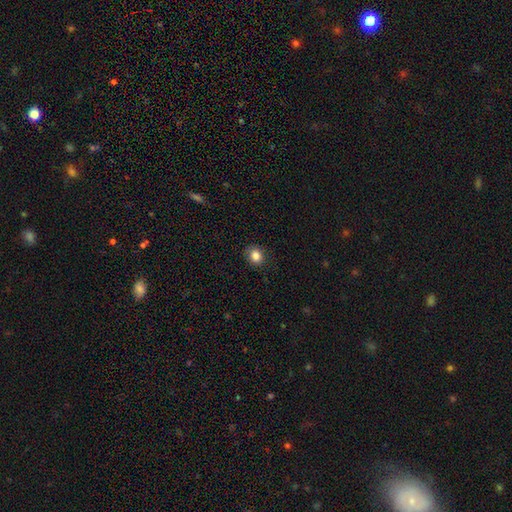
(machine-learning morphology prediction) smooth-or-featured: smooth: 84% | star or artifact: 10% | featured or disk: 5%
  how-rounded: round: 72% | in between: 27% | cigar-shaped: 1%
  merging: none: 85% | minor disturbance: 11% | major disturbance: 3% | merger: 1%